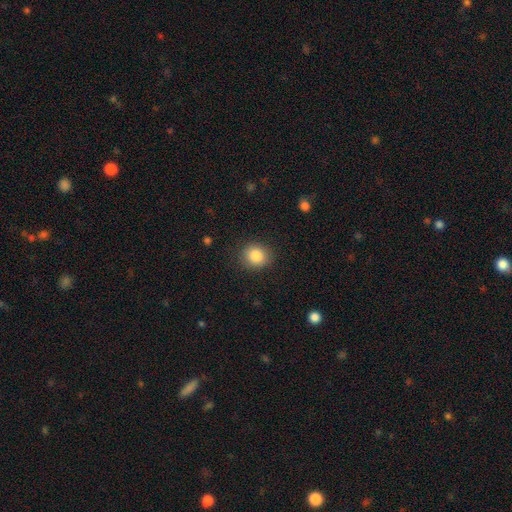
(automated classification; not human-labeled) Morphology: type=smooth (86%); roundness=round (81%); merging=none (87%).